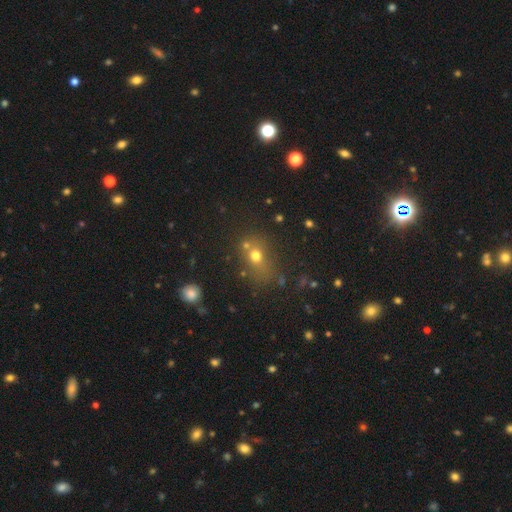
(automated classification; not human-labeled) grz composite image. It shows a smooth galaxy with no disk features (65%) that is round (57%). Merging: none (57%).